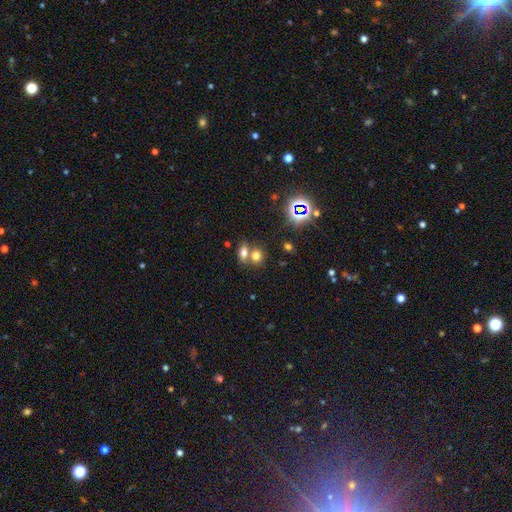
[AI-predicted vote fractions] Morphology: type=smooth (68%); roundness=round (53%); merging=merger (51%).